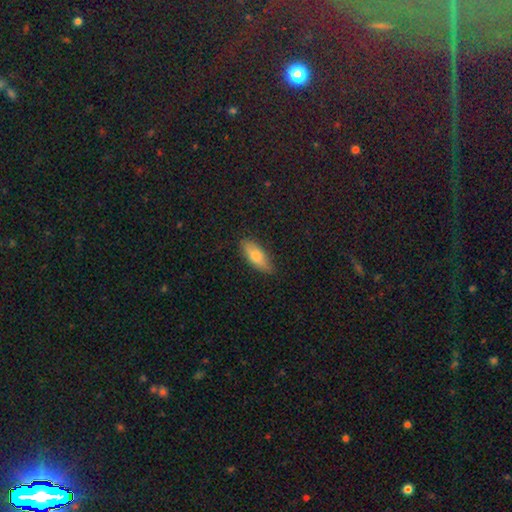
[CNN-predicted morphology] Q: Smooth or featured?
A: smooth (73%); runner-up: featured or disk (20%)
Q: How rounded?
A: in between (69%); runner-up: cigar-shaped (28%)
Q: Merging?
A: none (83%); runner-up: minor disturbance (14%)